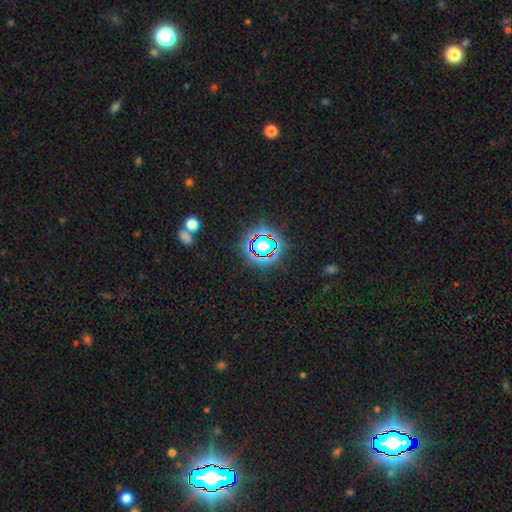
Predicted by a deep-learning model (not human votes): Smooth or featured? Predicted: star or artifact (p=0.79).